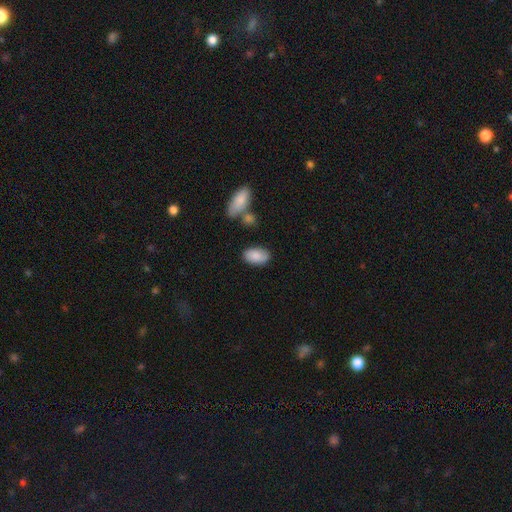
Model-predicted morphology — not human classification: Smooth or featured? Predicted: smooth (p=0.87). How rounded? Predicted: in between (p=0.94). Merging? Predicted: none (p=0.77).